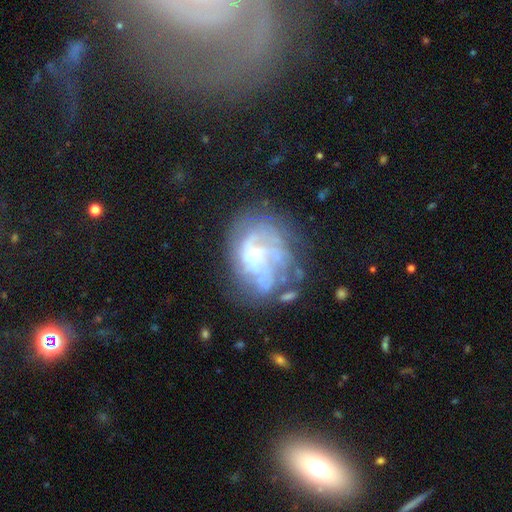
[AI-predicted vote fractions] Q: Smooth or featured?
A: featured or disk (73%); runner-up: smooth (16%)
Q: Edge-on disk?
A: no (98%); runner-up: yes (2%)
Q: Bar?
A: no (61%); runner-up: weak (32%)
Q: Spiral arms?
A: yes (63%); runner-up: no (37%)
Q: Bulge size?
A: small (53%); runner-up: moderate (26%)
Q: Merging?
A: none (47%); runner-up: major disturbance (25%)